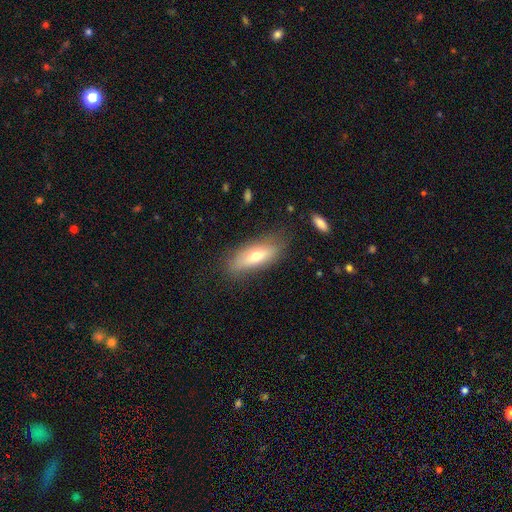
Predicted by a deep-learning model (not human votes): smooth-or-featured: smooth: 60% | featured or disk: 32% | star or artifact: 7%
  how-rounded: in between: 64% | cigar-shaped: 33% | round: 3%
  merging: none: 77% | minor disturbance: 16% | major disturbance: 5% | merger: 2%